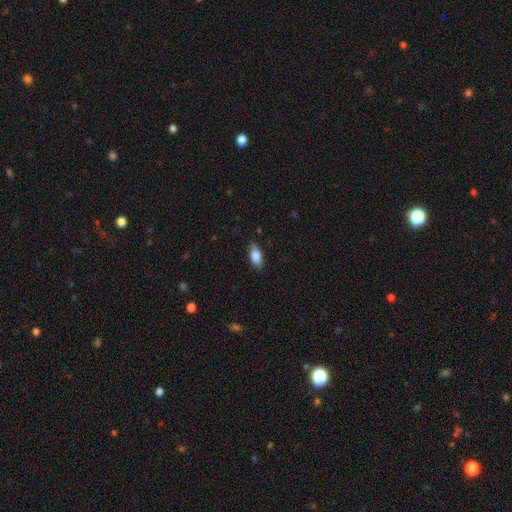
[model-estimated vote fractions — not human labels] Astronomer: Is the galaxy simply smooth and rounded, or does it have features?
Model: smooth — 86%.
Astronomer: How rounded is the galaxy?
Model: in between — 89%.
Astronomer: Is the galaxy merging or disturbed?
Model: none — 81%.